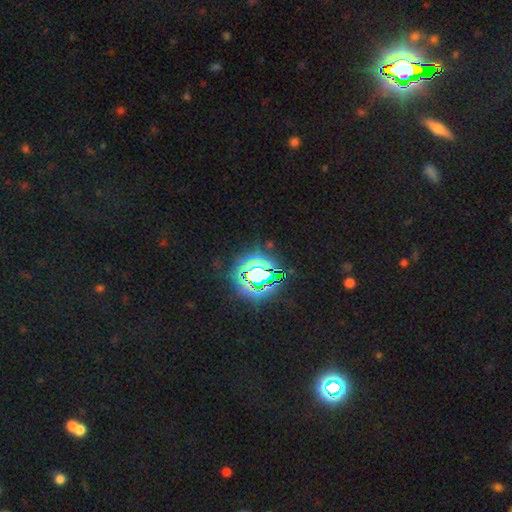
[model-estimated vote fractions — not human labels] Overall: star or artifact (78%).